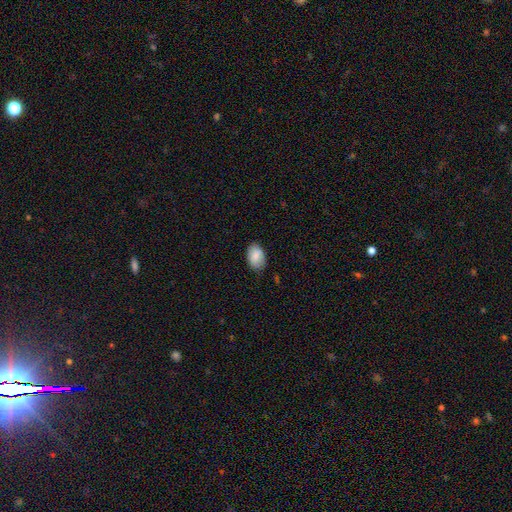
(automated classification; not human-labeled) Smooth or featured? Predicted: smooth (p=0.83). How rounded? Predicted: in between (p=0.89). Merging? Predicted: none (p=0.79).